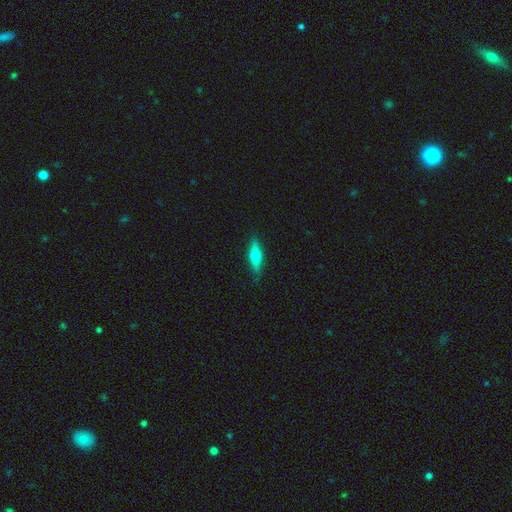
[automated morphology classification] smooth-or-featured: smooth: 52% | featured or disk: 42% | star or artifact: 6%
  how-rounded: cigar-shaped: 61% | in between: 36% | round: 3%
  merging: none: 87% | minor disturbance: 10% | major disturbance: 2% | merger: 1%